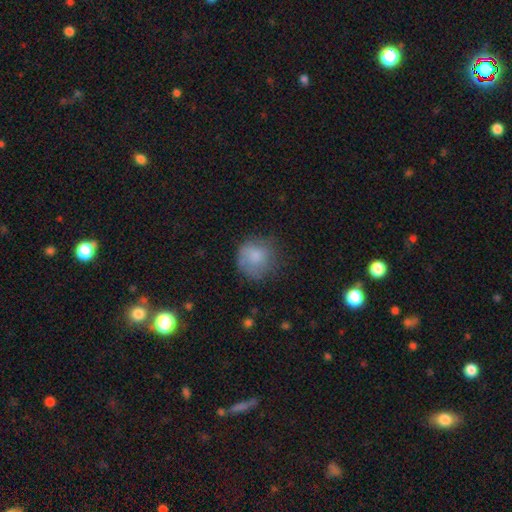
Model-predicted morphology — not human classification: A smooth galaxy with no disk features (75%) that is round (87%). Merging: none (62%).